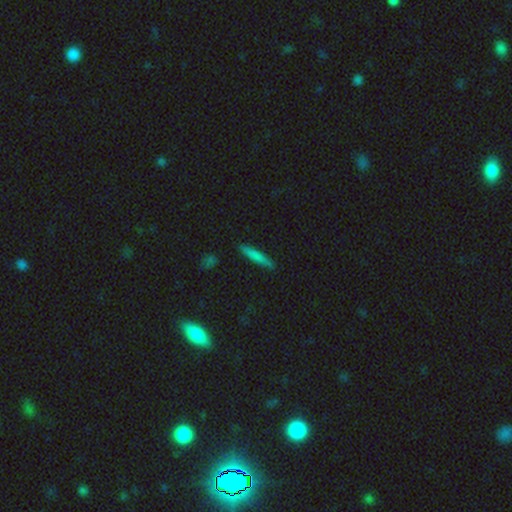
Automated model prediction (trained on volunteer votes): This is likely a smooth galaxy (73%). How rounded: clearly cigar-shaped (92%). Merging: clearly none (88%).